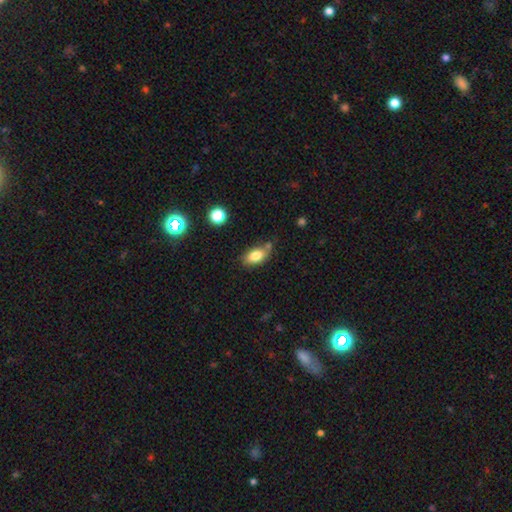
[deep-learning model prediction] Q: Smooth or featured?
A: smooth (80%); runner-up: featured or disk (11%)
Q: How rounded?
A: in between (88%); runner-up: round (7%)
Q: Merging?
A: none (66%); runner-up: minor disturbance (19%)